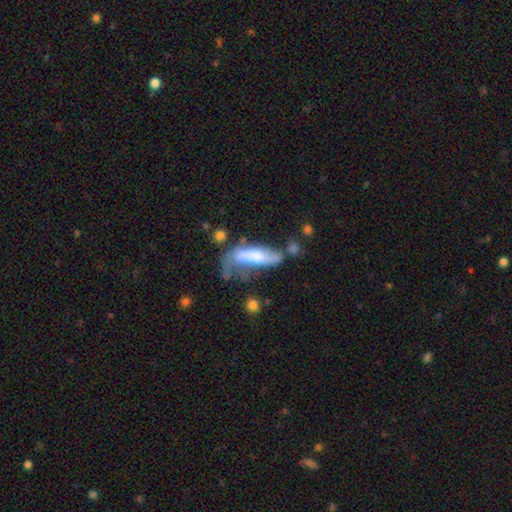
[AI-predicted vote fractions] Overall: smooth (50%; featured or disk 43%). Merging: major disturbance (35%; none 26%).